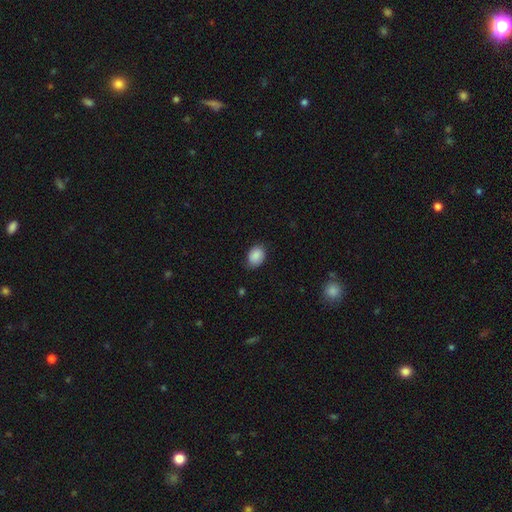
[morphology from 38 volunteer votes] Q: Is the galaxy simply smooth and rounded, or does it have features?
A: smooth — 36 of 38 (95%).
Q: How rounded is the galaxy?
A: in between — 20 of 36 (56%).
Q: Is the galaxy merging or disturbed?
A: none — 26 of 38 (68%).